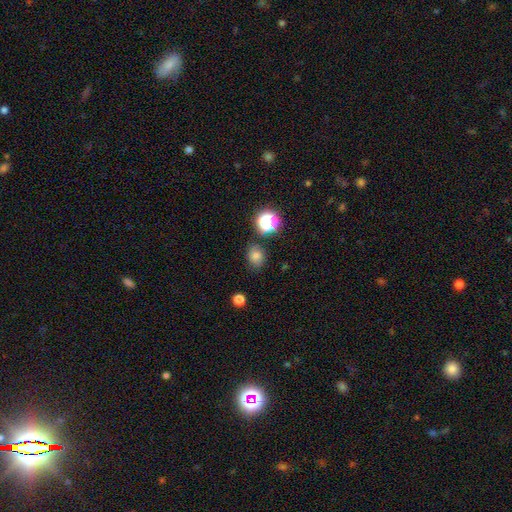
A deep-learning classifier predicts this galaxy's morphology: Smooth or featured? Predicted: smooth (p=0.67). How rounded? Predicted: round (p=0.64). Merging? Predicted: none (p=0.80).